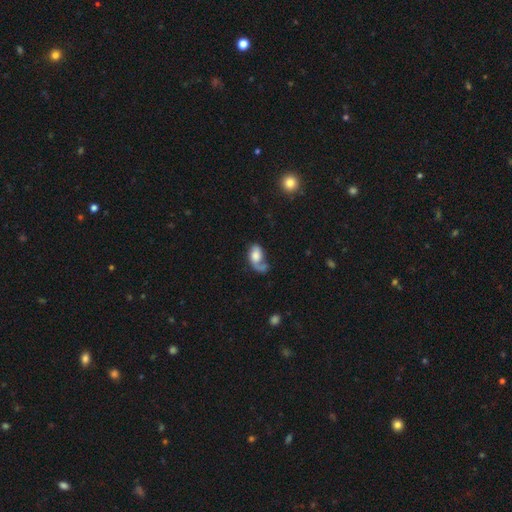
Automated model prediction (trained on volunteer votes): The model was most divided on "merging": major disturbance: 34%, none: 33%, minor disturbance: 19%, merger: 13%. More confident: edge-on disk — no (95%); smooth or featured — featured or disk (50%).